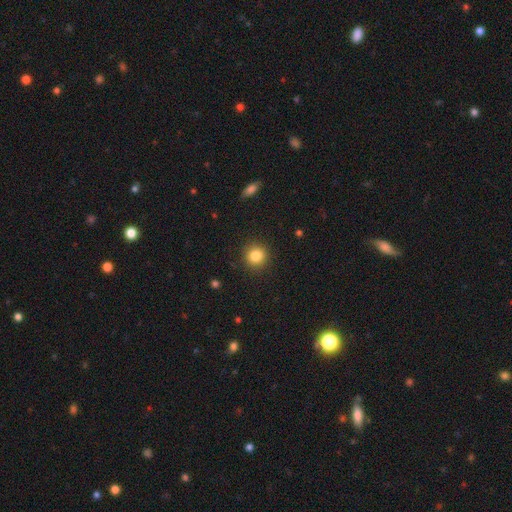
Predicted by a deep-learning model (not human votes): A smooth galaxy with no disk features (84%) that is round (92%). Merging: none (91%).